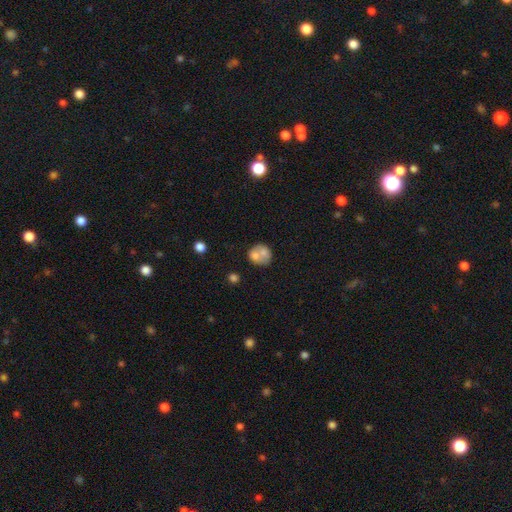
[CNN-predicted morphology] Q: Smooth or featured?
A: smooth (68%); runner-up: featured or disk (23%)
Q: How rounded?
A: round (69%); runner-up: in between (30%)
Q: Merging?
A: merger (53%); runner-up: none (32%)